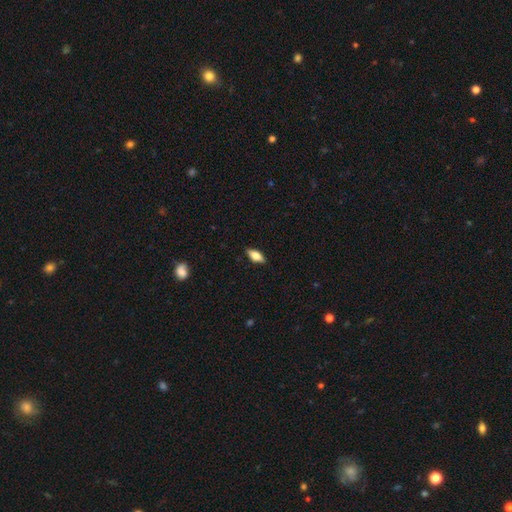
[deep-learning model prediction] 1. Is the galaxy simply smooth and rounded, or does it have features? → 68% smooth, 25% featured or disk, 7% star or artifact.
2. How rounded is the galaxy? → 79% in between, 17% cigar-shaped, 3% round.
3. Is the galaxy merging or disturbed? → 87% none, 10% minor disturbance, 2% major disturbance, 1% merger.